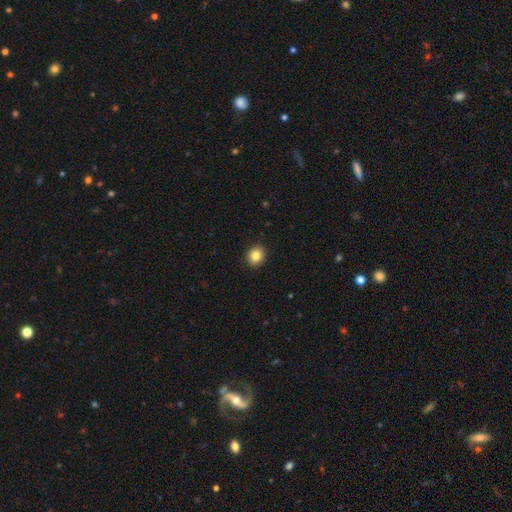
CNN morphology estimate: Q: Smooth or featured?
A: smooth (84%); runner-up: star or artifact (10%)
Q: How rounded?
A: round (74%); runner-up: in between (25%)
Q: Merging?
A: none (92%); runner-up: minor disturbance (6%)